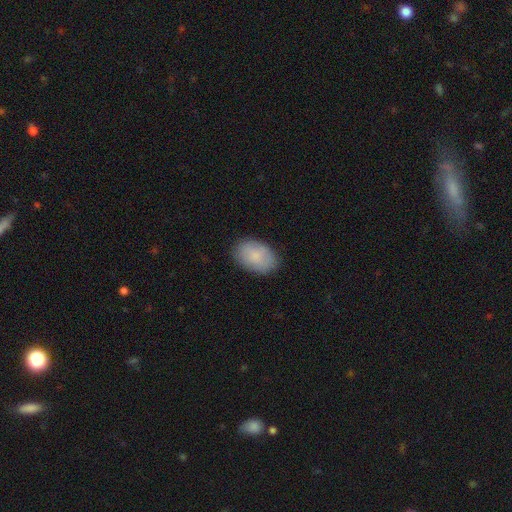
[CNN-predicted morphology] Smooth or featured? smooth (80%)
How rounded? in between (88%)
Merging? none (84%)